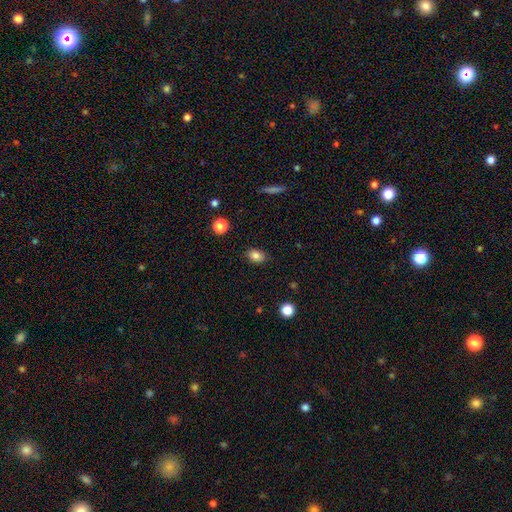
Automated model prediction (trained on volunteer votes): Smooth or featured? smooth (84%)
How rounded? in between (74%)
Merging? none (85%)